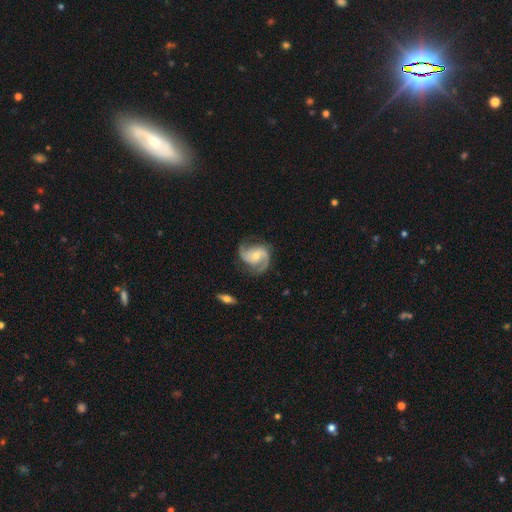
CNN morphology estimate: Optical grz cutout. It shows a featured or disk galaxy (88%) with no bar (57%), 2 (84%) medium (53%) spiral arms (98%) and a moderate central bulge (49%). Merging: none (71%).